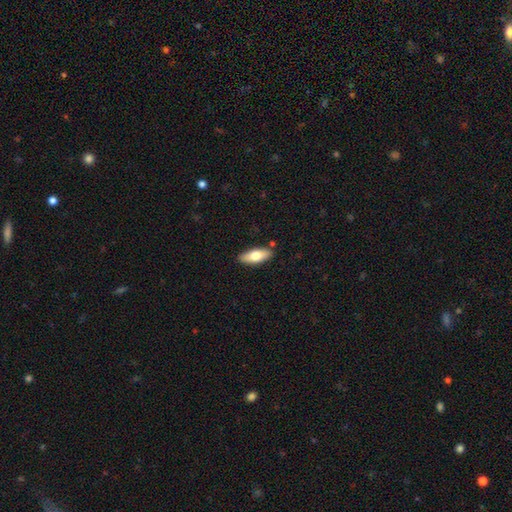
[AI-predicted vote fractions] smooth_or_featured: smooth (p=0.73) [alt: featured or disk p=0.22]
how_rounded: in between (p=0.76) [alt: cigar-shaped p=0.22]
merging: none (p=0.86) [alt: minor disturbance p=0.10]